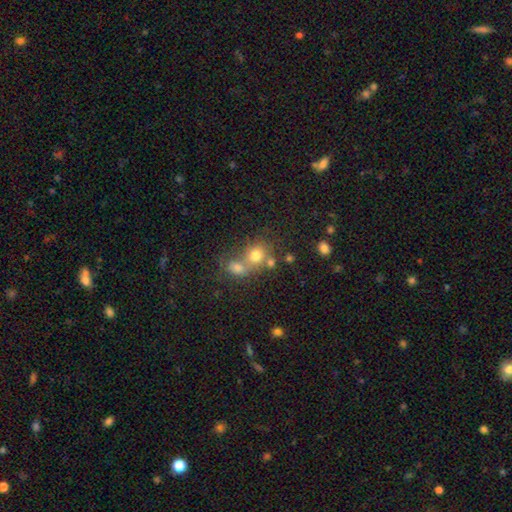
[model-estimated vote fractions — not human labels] A smooth galaxy with no disk features (71%) that is round (70%).

Vote fractions:
- Smooth or featured? smooth: 71% / featured or disk: 15% / star or artifact: 14%
- How rounded? round: 70% / in between: 29% / cigar-shaped: 1%
- Merging? merger: 52% / none: 35% / minor disturbance: 8% / major disturbance: 5%